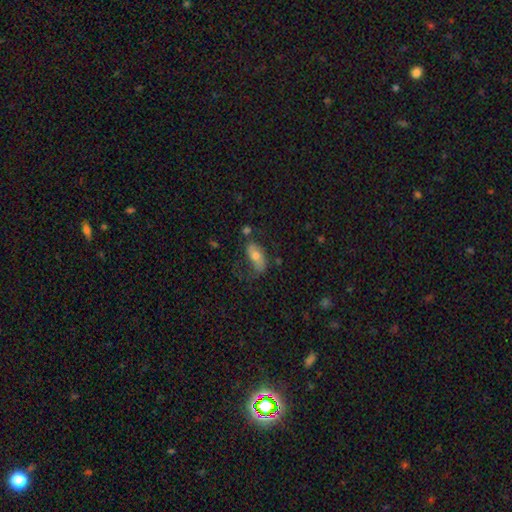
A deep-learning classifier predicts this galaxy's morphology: Smooth or featured? Predicted: smooth (p=0.60). How rounded? Predicted: in between (p=0.86). Merging? Predicted: none (p=0.50).